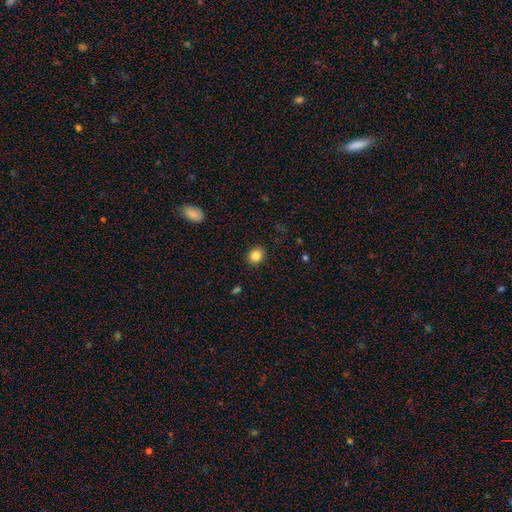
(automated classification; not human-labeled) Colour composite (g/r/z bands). It shows a smooth galaxy with no disk features (84%) that is round (67%). Merging: none (90%).